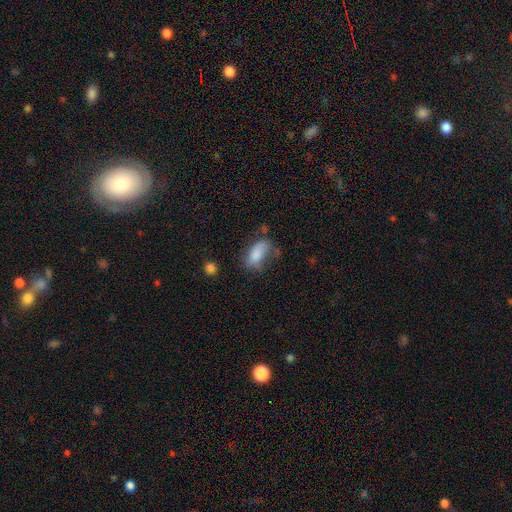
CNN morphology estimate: Q: Smooth or featured?
A: smooth (78%); runner-up: featured or disk (14%)
Q: How rounded?
A: in between (88%); runner-up: cigar-shaped (8%)
Q: Merging?
A: none (39%); runner-up: minor disturbance (30%)